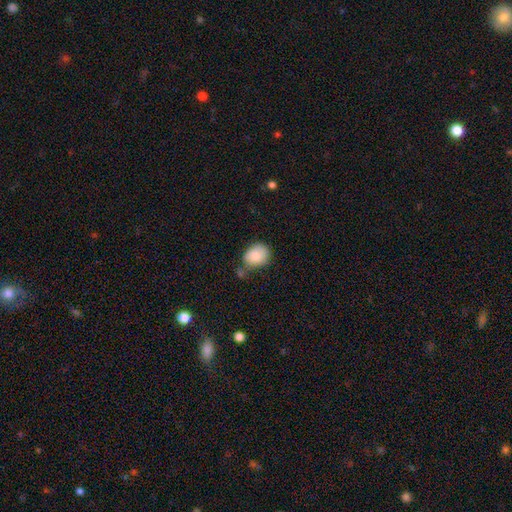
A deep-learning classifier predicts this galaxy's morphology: Q: Smooth or featured?
A: smooth (83%); runner-up: featured or disk (9%)
Q: How rounded?
A: in between (50%); runner-up: round (49%)
Q: Merging?
A: none (52%); runner-up: minor disturbance (27%)